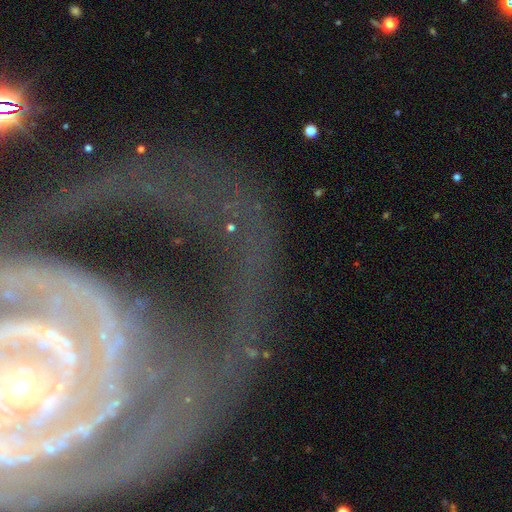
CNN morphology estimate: Smooth or featured? Predicted: featured or disk (p=0.79). Edge-on disk? Predicted: no (p=0.92). Bar? Predicted: strong (p=0.38). Spiral arms? Predicted: yes (p=0.88). Spiral winding? Predicted: tight (p=0.49). Spiral arm count? Predicted: 2 (p=0.44). Bulge size? Predicted: small (p=0.57). Merging? Predicted: none (p=0.55).